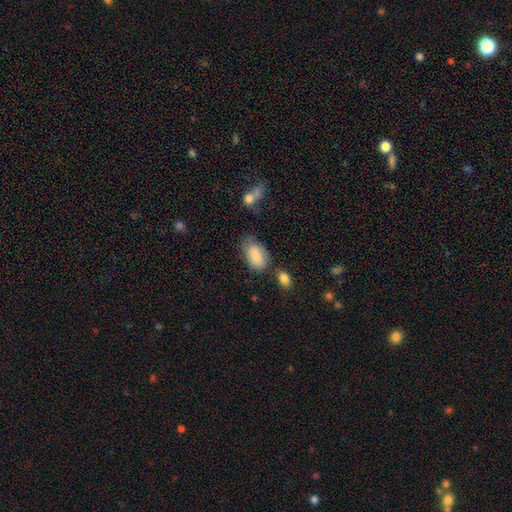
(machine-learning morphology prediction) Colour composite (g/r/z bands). It shows a smooth galaxy with no disk features (84%) that is in between round and cigar-shaped (93%). Merging: none (58%).